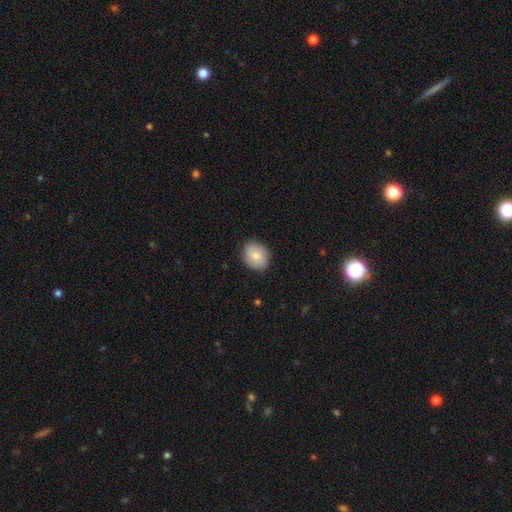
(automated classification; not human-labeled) A smooth galaxy with no disk features (77%) that is round (54%).

Vote fractions:
- Smooth or featured? smooth: 77% / featured or disk: 16% / star or artifact: 7%
- How rounded? round: 54% / in between: 45% / cigar-shaped: 1%
- Merging? none: 85% / minor disturbance: 12% / major disturbance: 3% / merger: 1%